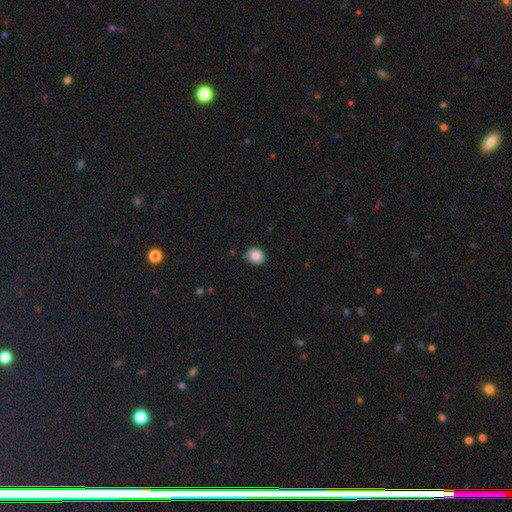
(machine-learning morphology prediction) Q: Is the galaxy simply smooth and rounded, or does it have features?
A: smooth — 86%.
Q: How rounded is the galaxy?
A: round — 59%.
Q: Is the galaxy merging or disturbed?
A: none — 83%.